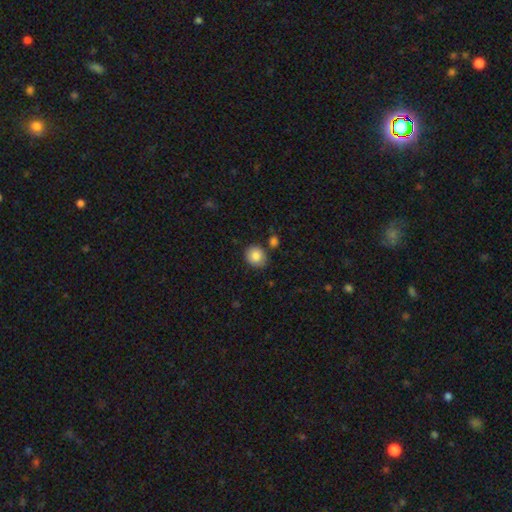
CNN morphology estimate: smooth 86%, star or artifact 8%, featured or disk 6%. Down the decision tree: how rounded — round (73%); merging — none (79%).